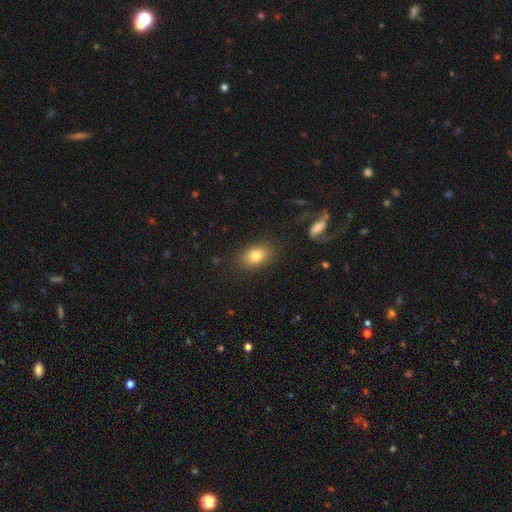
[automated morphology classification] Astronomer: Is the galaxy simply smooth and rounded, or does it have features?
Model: smooth — 80%.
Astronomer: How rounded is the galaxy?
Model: in between — 79%.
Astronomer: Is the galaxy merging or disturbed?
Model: none — 85%.